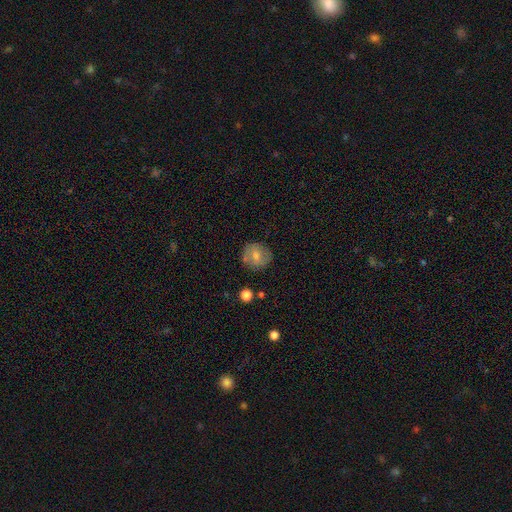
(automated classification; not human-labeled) Smooth or featured? smooth (58%)
How rounded? round (84%)
Merging? none (78%)